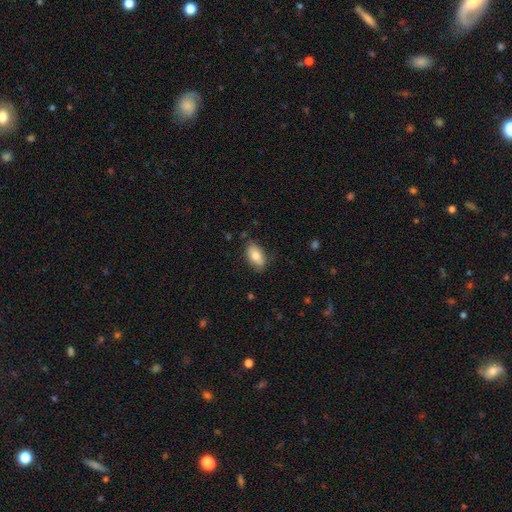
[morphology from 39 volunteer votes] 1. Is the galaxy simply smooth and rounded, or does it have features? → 85% smooth, 13% featured or disk, 3% star or artifact.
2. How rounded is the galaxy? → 97% in between, 3% cigar-shaped, 0% round.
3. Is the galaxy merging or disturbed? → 63% none, 32% minor disturbance, 5% merger, 0% major disturbance.